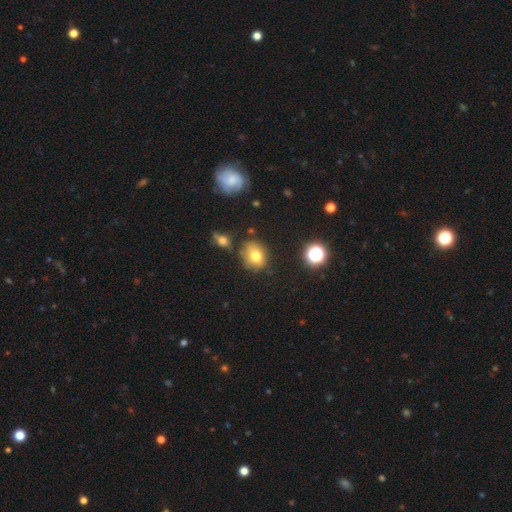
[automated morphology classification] smooth_or_featured: smooth (p=0.75) [alt: star or artifact p=0.14]
how_rounded: round (p=0.60) [alt: in between p=0.39]
merging: none (p=0.73) [alt: minor disturbance p=0.17]